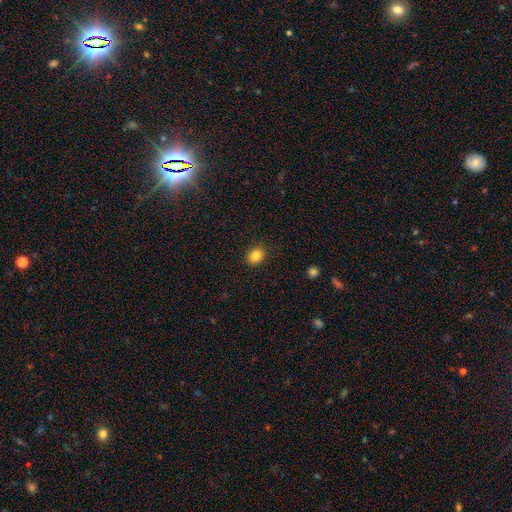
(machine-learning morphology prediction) This appears to be a smooth galaxy with no disk features (84%) that is in between round and cigar-shaped (50%). Merging: none (90%).